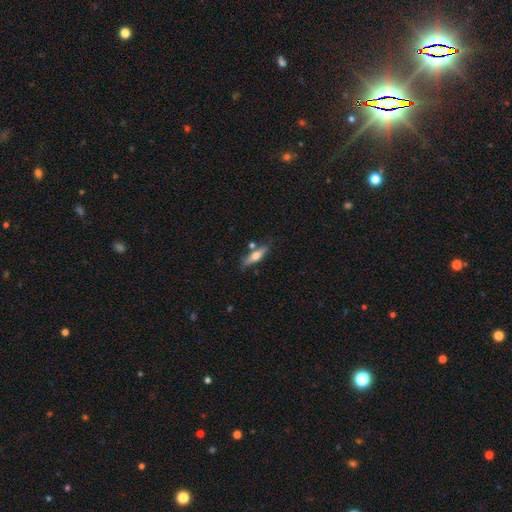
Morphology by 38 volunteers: Q: Smooth or featured?
A: featured or disk (50%); runner-up: smooth (42%)
Q: Edge-on disk?
A: yes (95%); runner-up: no (5%)
Q: Edge-on bulge?
A: rounded (94%); runner-up: none (6%)
Q: Merging?
A: none (71%); runner-up: merger (14%)